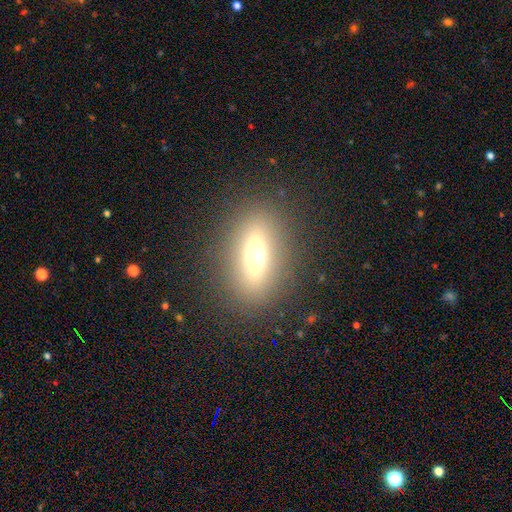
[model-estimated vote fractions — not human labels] This appears to be a smooth galaxy with no disk features (53%) that is in between round and cigar-shaped (65%). Merging: none (86%).